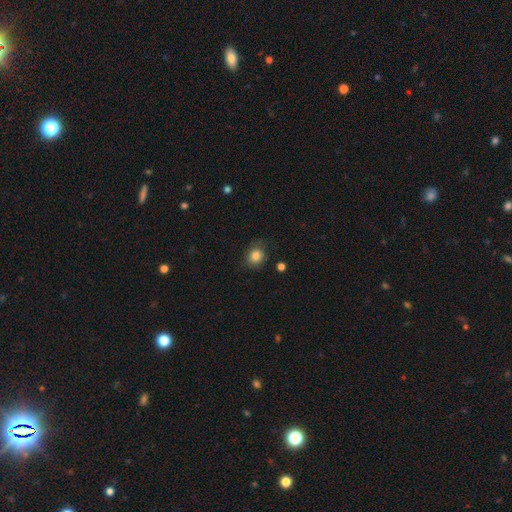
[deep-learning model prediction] Smooth or featured?
  - smooth: 84% *
  - star or artifact: 10%
  - featured or disk: 5%
How rounded?
  - round: 76% *
  - in between: 23%
  - cigar-shaped: 1%
Merging?
  - none: 79% *
  - minor disturbance: 15%
  - major disturbance: 4%
  - merger: 2%